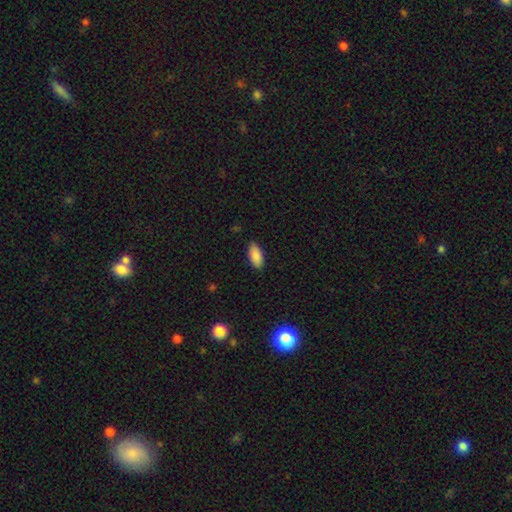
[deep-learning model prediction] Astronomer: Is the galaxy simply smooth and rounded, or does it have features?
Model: smooth — 89%.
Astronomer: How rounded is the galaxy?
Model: in between — 90%.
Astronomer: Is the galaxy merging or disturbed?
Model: none — 86%.